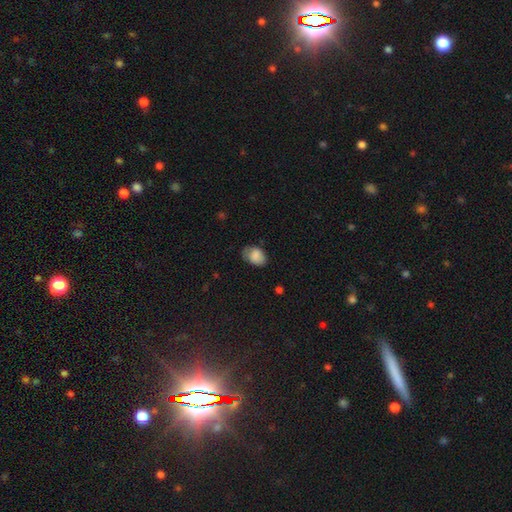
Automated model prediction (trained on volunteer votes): This appears to be a smooth galaxy with no disk features (82%) that is in between round and cigar-shaped (76%). Merging: none (58%).